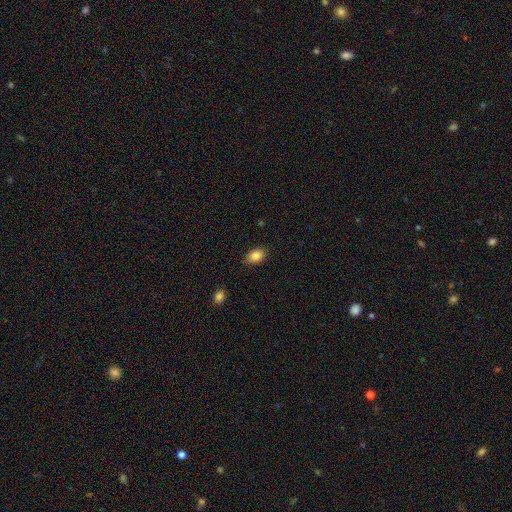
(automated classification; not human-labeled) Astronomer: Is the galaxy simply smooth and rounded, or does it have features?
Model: smooth — 86%.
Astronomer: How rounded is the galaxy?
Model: in between — 84%.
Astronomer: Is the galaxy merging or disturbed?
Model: none — 85%.